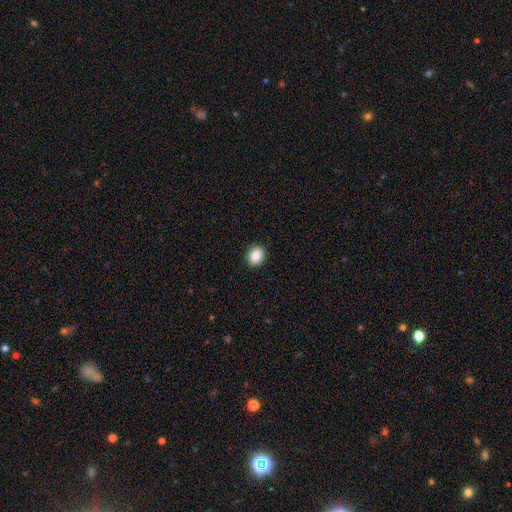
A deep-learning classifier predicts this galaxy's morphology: Overall: smooth (88%). How rounded: in between (52%; round 47%). Merging: none (91%).